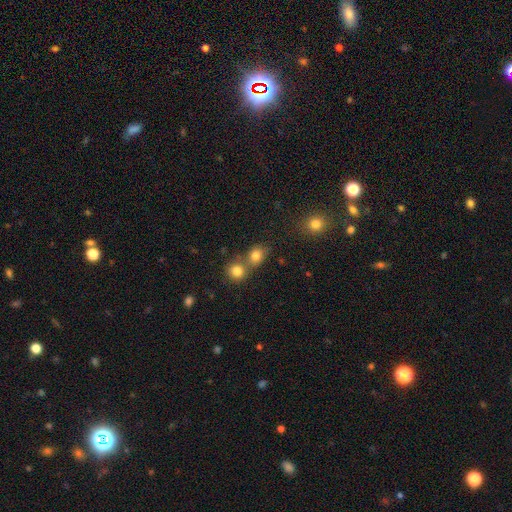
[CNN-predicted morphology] Q: Smooth or featured?
A: smooth (80%); runner-up: star or artifact (12%)
Q: How rounded?
A: round (65%); runner-up: in between (34%)
Q: Merging?
A: none (46%); runner-up: merger (42%)